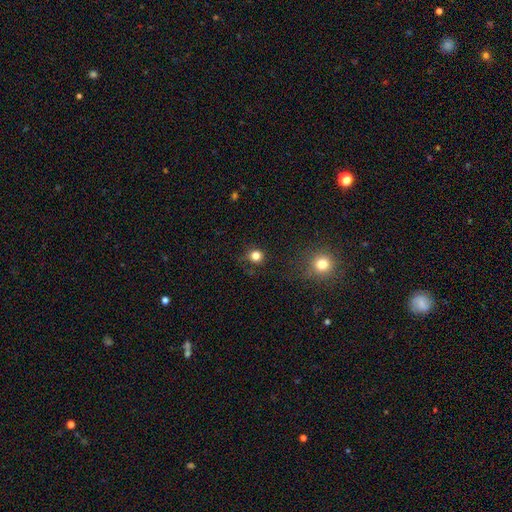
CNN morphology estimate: A smooth galaxy with no disk features (80%) that is round (90%).

Vote fractions:
- Smooth or featured? smooth: 80% / star or artifact: 15% / featured or disk: 5%
- How rounded? round: 90% / in between: 9% / cigar-shaped: 1%
- Merging? none: 82% / minor disturbance: 11% / major disturbance: 4% / merger: 2%